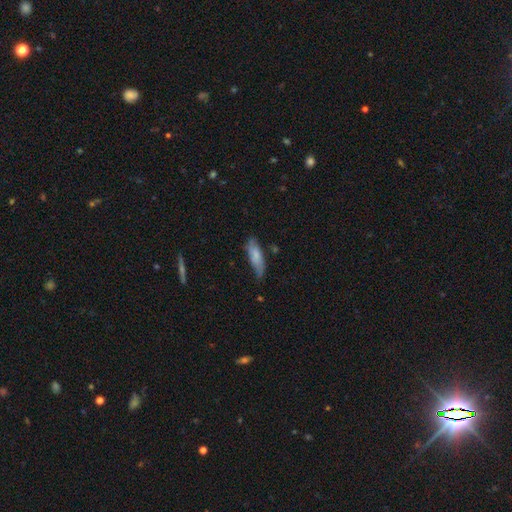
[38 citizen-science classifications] This is possibly a smooth galaxy (47%). How rounded: likely cigar-shaped (67%). Merging: likely none (69%).